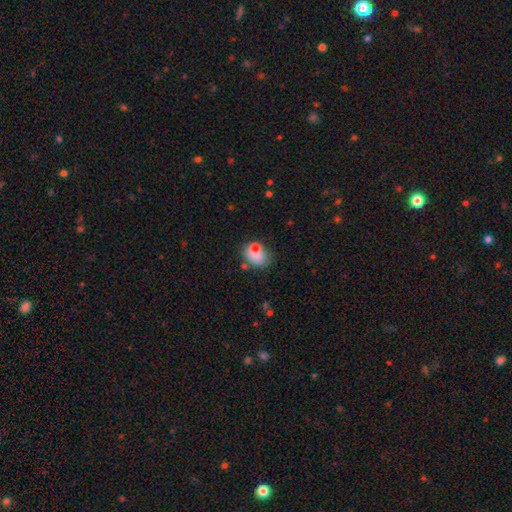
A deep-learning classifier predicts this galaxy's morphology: Overall: smooth (69%). How rounded: in between (52%; round 47%). Merging: none (44%; merger 24%).